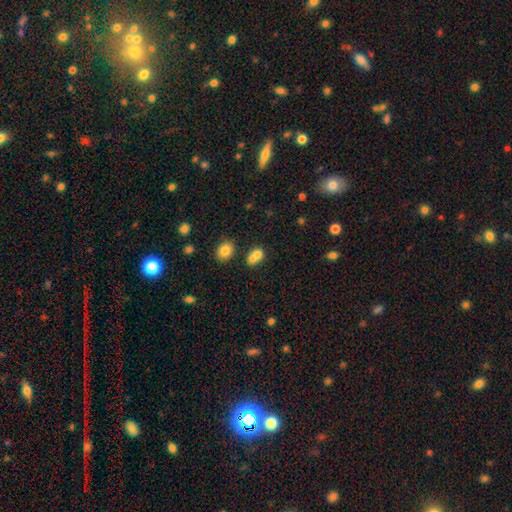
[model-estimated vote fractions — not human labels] A smooth galaxy with no disk features (75%) that is round (55%).

Vote fractions:
- Smooth or featured? smooth: 75% / featured or disk: 13% / star or artifact: 12%
- How rounded? round: 55% / in between: 44% / cigar-shaped: 1%
- Merging? merger: 58% / none: 30% / minor disturbance: 8% / major disturbance: 4%